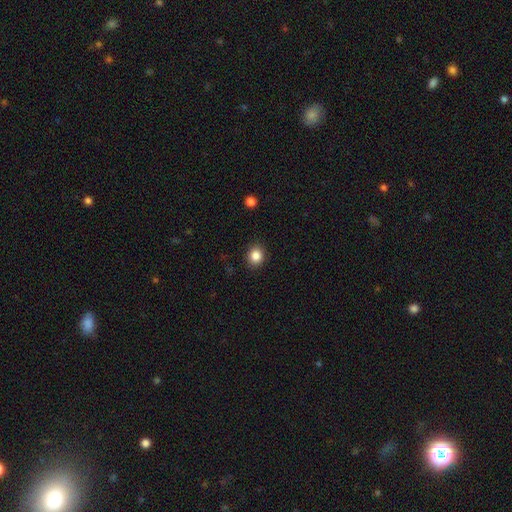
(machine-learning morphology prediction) smooth 84%, star or artifact 11%, featured or disk 5%. Down the decision tree: how rounded — round (78%); merging — none (90%).